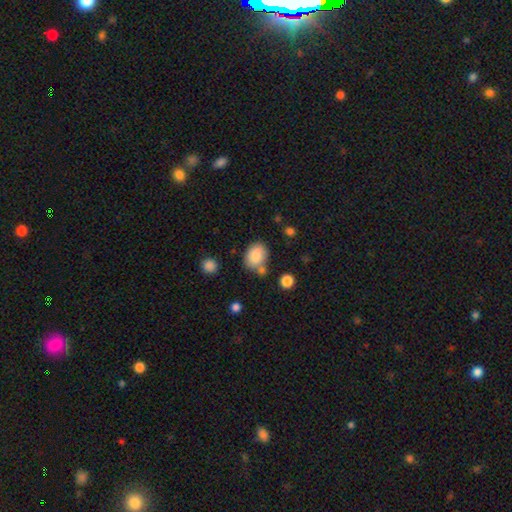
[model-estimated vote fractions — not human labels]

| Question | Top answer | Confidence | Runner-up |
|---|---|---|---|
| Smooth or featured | smooth | 85% | star or artifact (8%) |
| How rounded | in between | 70% | round (29%) |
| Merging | none | 65% | minor disturbance (16%) |